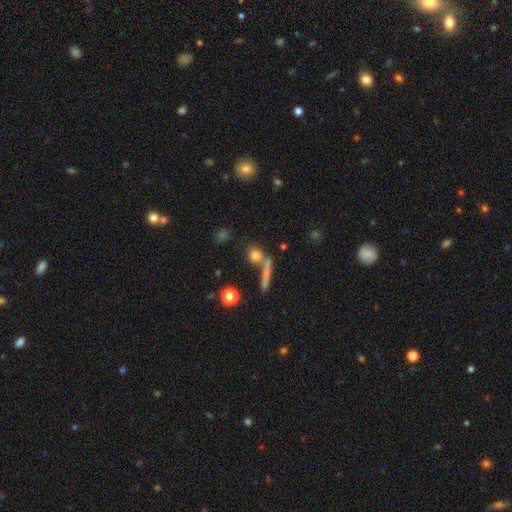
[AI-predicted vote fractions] This is likely a smooth galaxy (73%). How rounded: likely round (65%). Merging: likely none (60%).